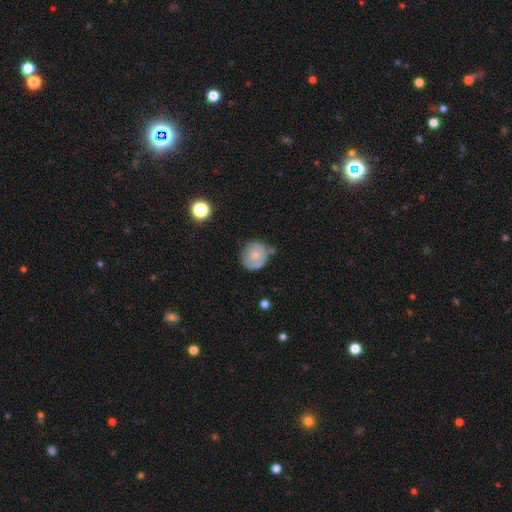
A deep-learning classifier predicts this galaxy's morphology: type=smooth (58%); roundness=round (80%); merging=none (56%).